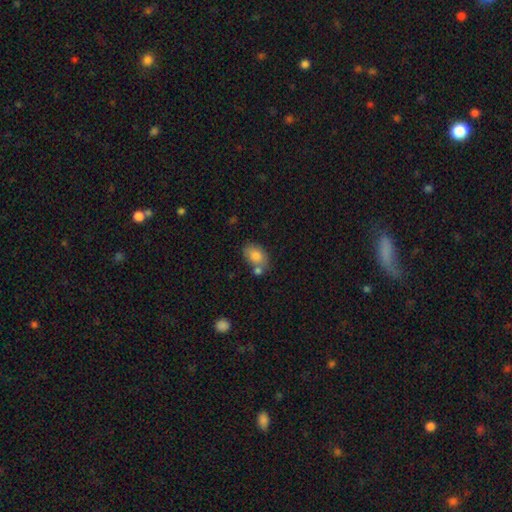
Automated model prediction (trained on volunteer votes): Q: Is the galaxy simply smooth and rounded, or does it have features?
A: smooth — 80%.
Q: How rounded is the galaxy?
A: in between — 82%.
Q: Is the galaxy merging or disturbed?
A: none — 54%.